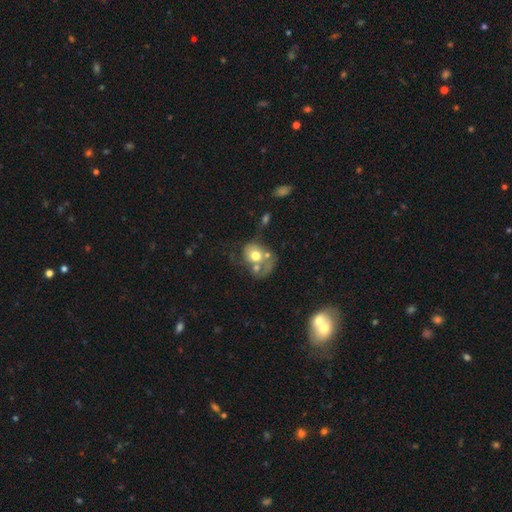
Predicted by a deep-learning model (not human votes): Smooth or featured? smooth (52%)
How rounded? round (55%)
Merging? merger (36%)